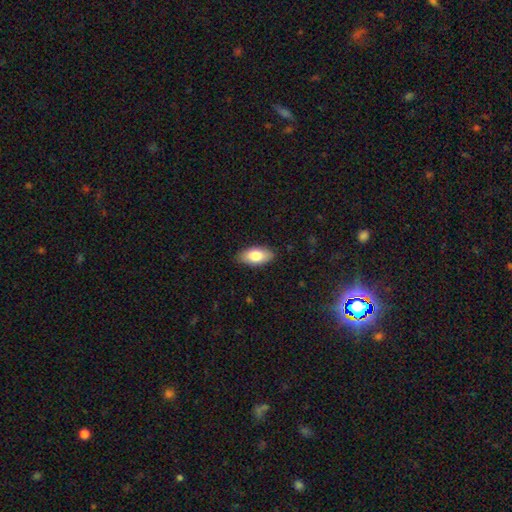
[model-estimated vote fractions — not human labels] This is clearly a smooth galaxy (80%). How rounded: clearly in between (91%). Merging: clearly none (87%).